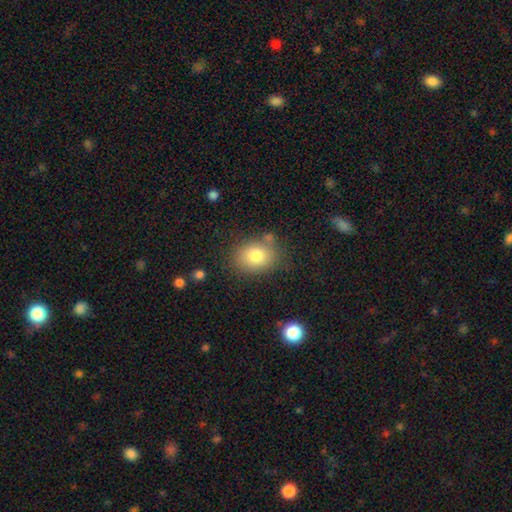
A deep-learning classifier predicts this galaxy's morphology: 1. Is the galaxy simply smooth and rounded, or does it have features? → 80% smooth, 10% star or artifact, 10% featured or disk.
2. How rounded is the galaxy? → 51% round, 48% in between, 1% cigar-shaped.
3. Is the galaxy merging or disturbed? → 76% none, 15% minor disturbance, 5% merger, 4% major disturbance.